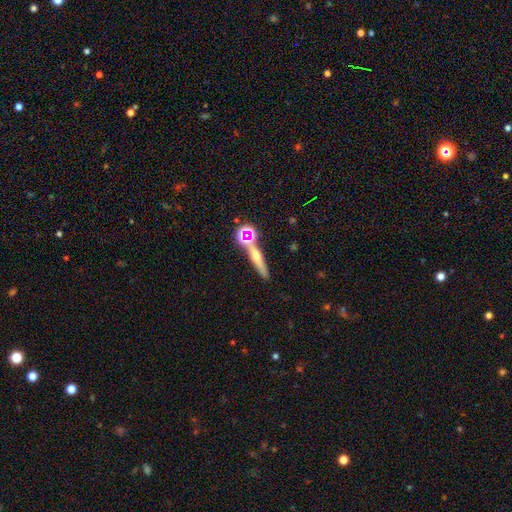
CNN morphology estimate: Smooth or featured: featured or disk — 50% (smooth — 33%)
Edge-on disk: yes — 89% (no — 11%)
Merging: none — 71% (merger — 16%)